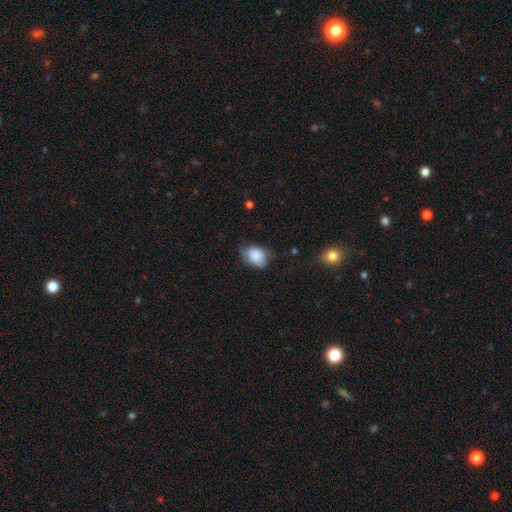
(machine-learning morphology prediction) A smooth galaxy with no disk features (82%) that is in between round and cigar-shaped (71%). Merging: none (52%).